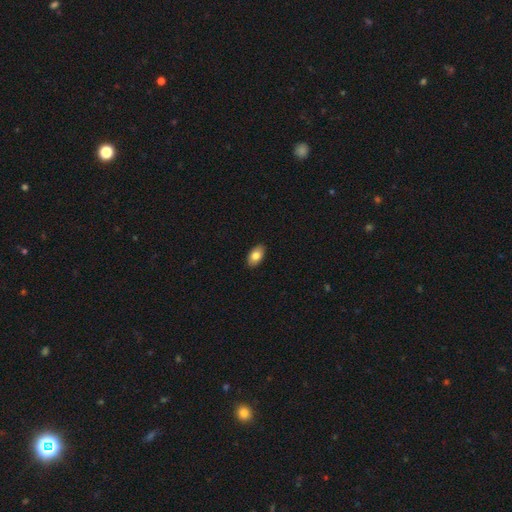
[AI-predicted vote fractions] Morphology: type=smooth (81%); roundness=in between (94%); merging=none (90%).